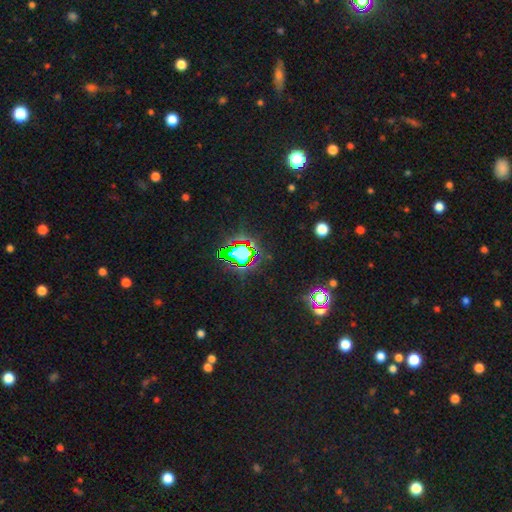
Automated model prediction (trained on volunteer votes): Morphology: type=star or artifact (76%).